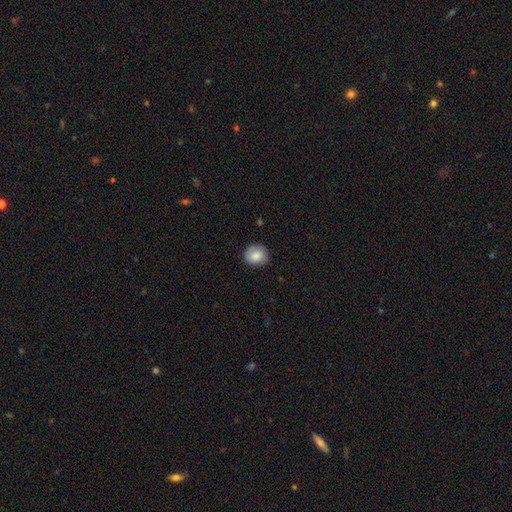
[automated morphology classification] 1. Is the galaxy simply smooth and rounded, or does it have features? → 84% smooth, 8% featured or disk, 8% star or artifact.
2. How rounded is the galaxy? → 77% round, 22% in between, 1% cigar-shaped.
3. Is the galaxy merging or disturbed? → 81% none, 15% minor disturbance, 3% major disturbance, 1% merger.